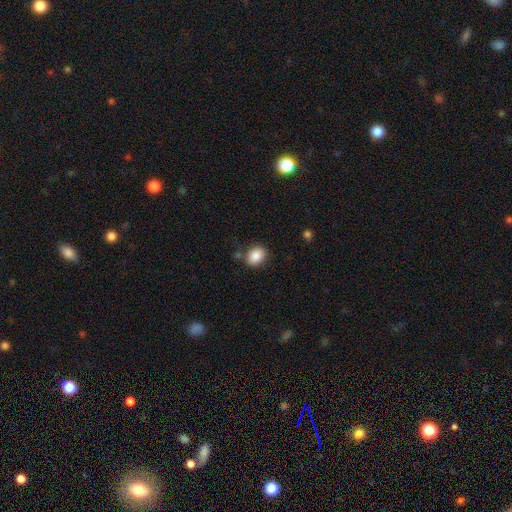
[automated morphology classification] Smooth or featured?
  - smooth: 87% *
  - star or artifact: 8%
  - featured or disk: 5%
How rounded?
  - in between: 63% *
  - round: 36%
  - cigar-shaped: 1%
Merging?
  - none: 79% *
  - minor disturbance: 13%
  - merger: 5%
  - major disturbance: 4%